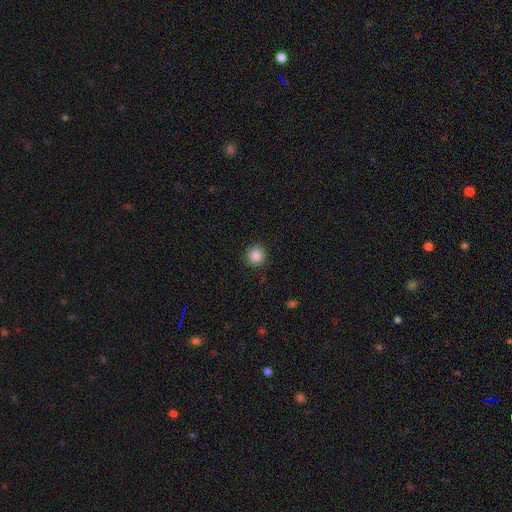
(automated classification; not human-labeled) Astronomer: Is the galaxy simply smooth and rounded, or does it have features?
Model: smooth — 86%.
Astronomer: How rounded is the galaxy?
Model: round — 93%.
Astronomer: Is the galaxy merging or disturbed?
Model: none — 89%.